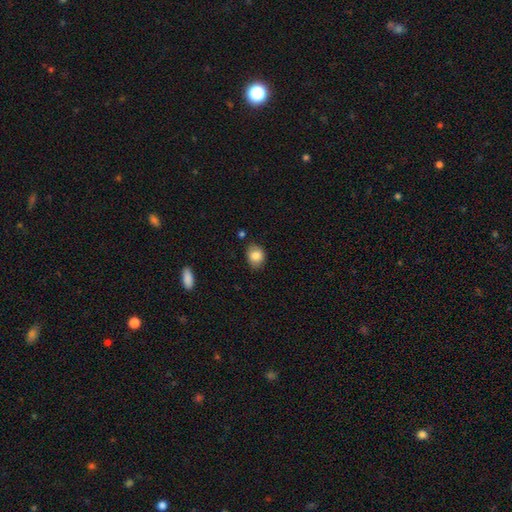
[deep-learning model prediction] This is clearly a smooth galaxy (85%). How rounded: possibly in between (51%). Merging: likely none (78%).